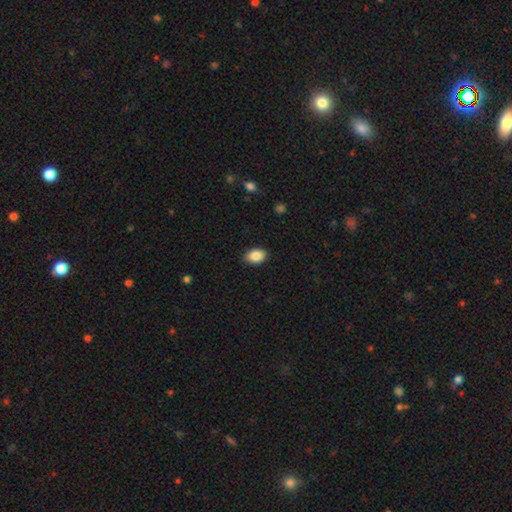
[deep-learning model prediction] smooth 89%, star or artifact 7%, featured or disk 4%. Down the decision tree: how rounded — in between (86%); merging — none (87%).